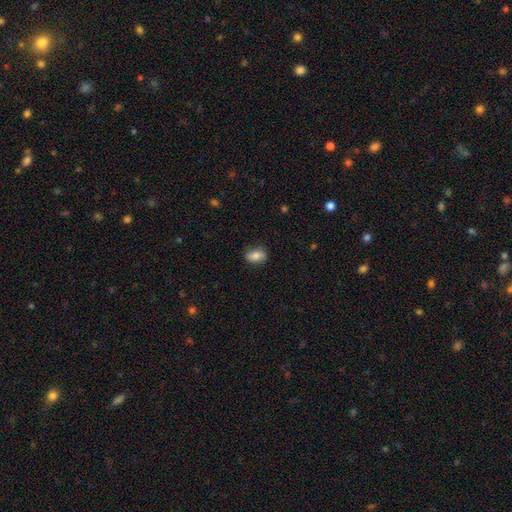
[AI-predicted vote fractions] A smooth galaxy with no disk features (78%) that is in between round and cigar-shaped (83%). Merging: none (83%).